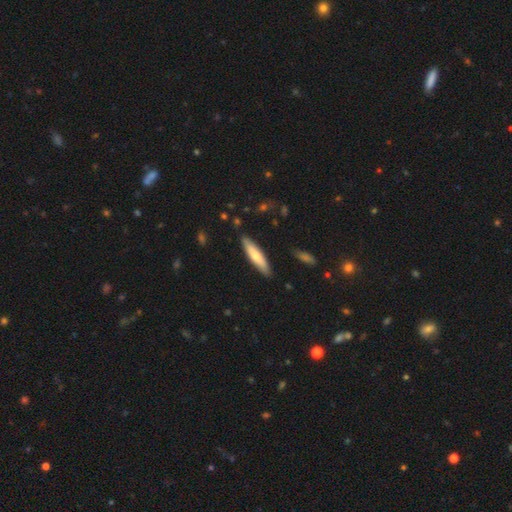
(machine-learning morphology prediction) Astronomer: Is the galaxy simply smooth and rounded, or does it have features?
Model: smooth — 64%.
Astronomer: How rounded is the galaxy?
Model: cigar-shaped — 76%.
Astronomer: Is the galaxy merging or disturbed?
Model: none — 87%.